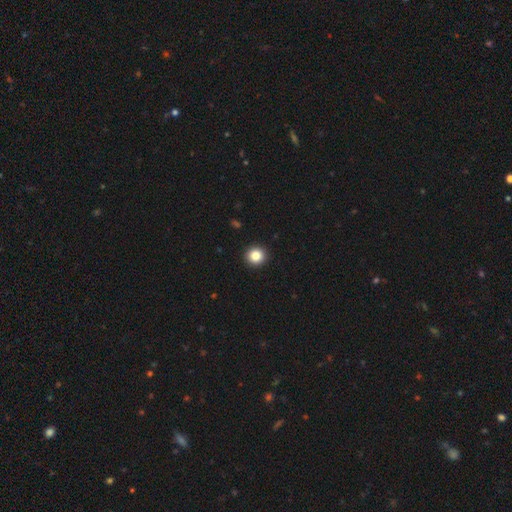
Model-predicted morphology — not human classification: Overall: smooth (85%). How rounded: round (93%). Merging: none (94%).